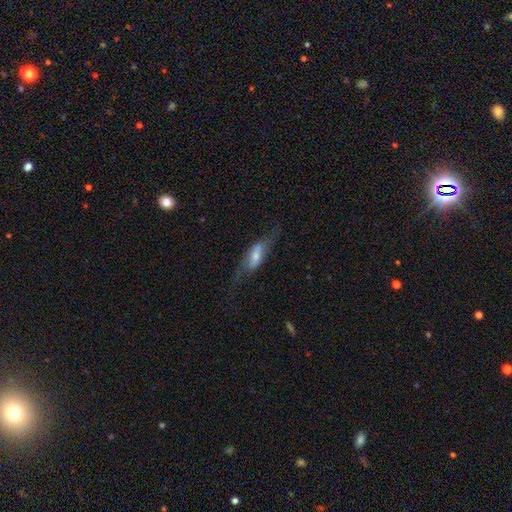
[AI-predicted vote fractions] Smooth or featured?
  - featured or disk: 54% *
  - smooth: 39%
  - star or artifact: 7%
Edge-on disk?
  - no: 61% *
  - yes: 39%
Merging?
  - none: 56% *
  - minor disturbance: 22%
  - major disturbance: 19%
  - merger: 3%